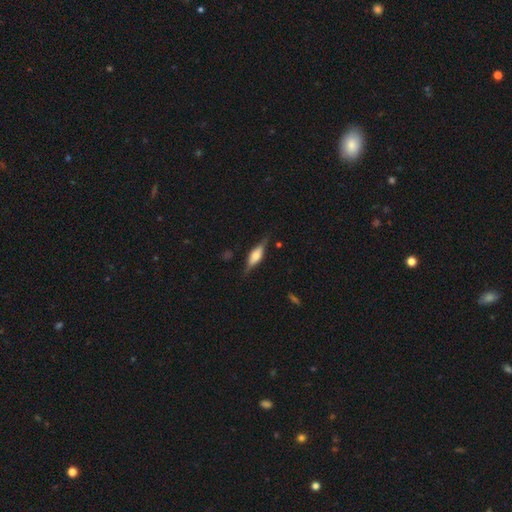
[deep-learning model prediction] Smooth or featured? featured or disk (61%)
Edge-on disk? yes (95%)
Edge-on bulge? rounded (73%)
Merging? none (80%)